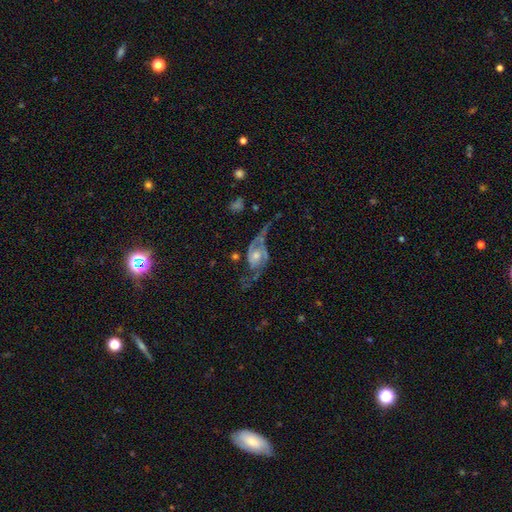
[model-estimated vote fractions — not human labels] featured or disk 85%, smooth 8%, star or artifact 7%. Down the decision tree: edge-on disk — no (95%); bar — no (64%); spiral arms — yes (94%); spiral arm count — 2 (90%); spiral winding — loose (53%); bulge size — moderate (55%); merging — none (51%).